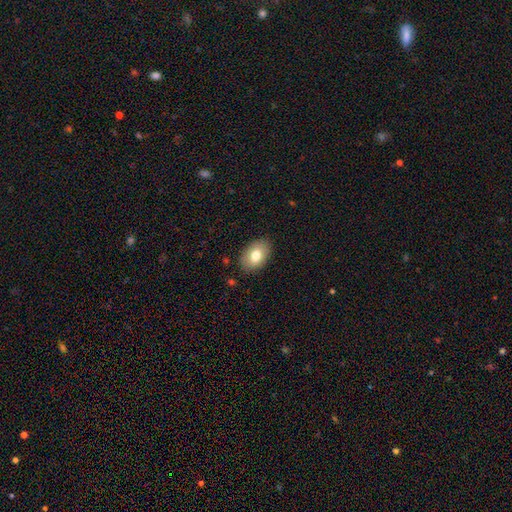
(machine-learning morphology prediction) smooth 78%, featured or disk 15%, star or artifact 7%. Down the decision tree: how rounded — in between (87%); merging — none (87%).